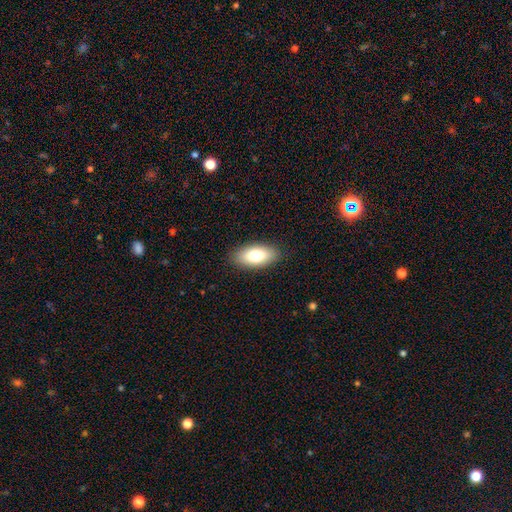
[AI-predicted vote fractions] The model was most divided on "smooth or featured": smooth: 77%, featured or disk: 16%, star or artifact: 7%. More confident: how rounded — in between (91%); merging — none (88%).